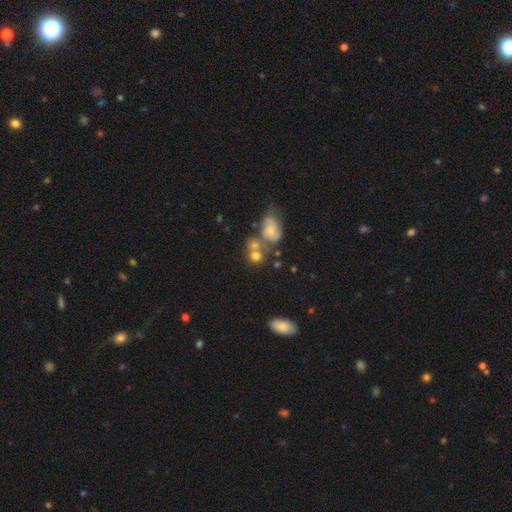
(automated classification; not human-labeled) This is likely a smooth galaxy (67%). How rounded: likely round (66%). Merging: marginally merger (44%).